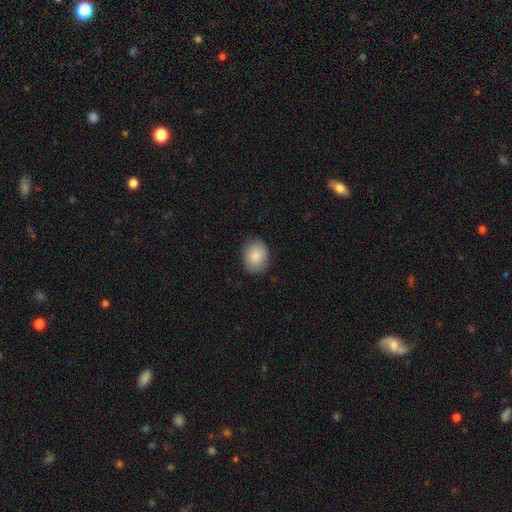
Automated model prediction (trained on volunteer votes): A smooth galaxy with no disk features (83%) that is round (57%).

Vote fractions:
- Smooth or featured? smooth: 83% / featured or disk: 10% / star or artifact: 7%
- How rounded? round: 57% / in between: 42% / cigar-shaped: 1%
- Merging? none: 82% / minor disturbance: 14% / major disturbance: 3% / merger: 1%